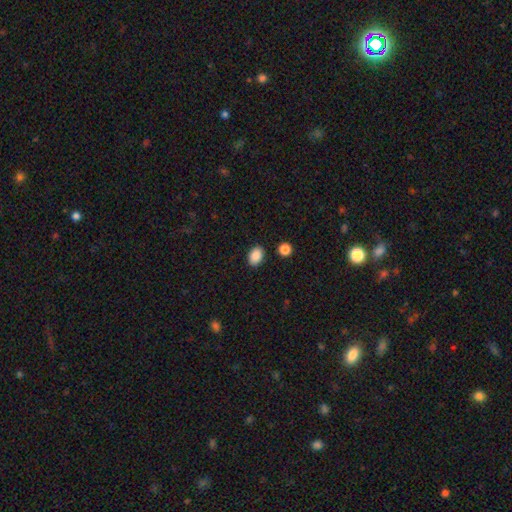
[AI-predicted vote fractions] Smooth or featured? smooth (88%)
How rounded? in between (78%)
Merging? none (86%)